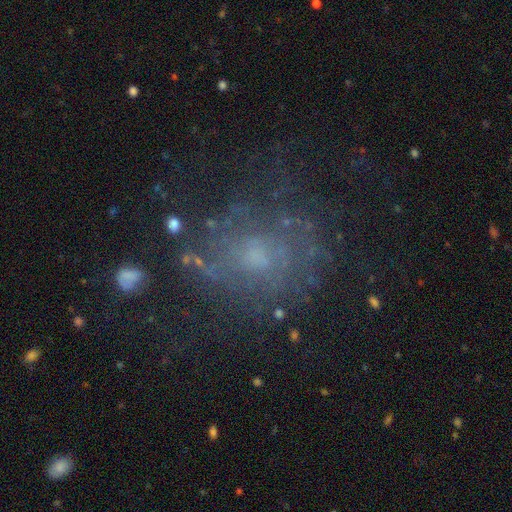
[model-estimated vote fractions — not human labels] A featured or disk galaxy (59%) with no bar (81%), spiral arms (61%) and a small central bulge (49%).

Vote fractions:
- Smooth or featured? featured or disk: 59% / smooth: 22% / star or artifact: 19%
- Edge-on disk? no: 96% / yes: 4%
- Bar? no: 81% / weak: 16% / strong: 3%
- Spiral arms? yes: 61% / no: 39%
- Bulge size? small: 49% / moderate: 38% / none: 8% / large: 4% / dominant: 1%
- Merging? none: 61% / minor disturbance: 18% / major disturbance: 17% / merger: 3%